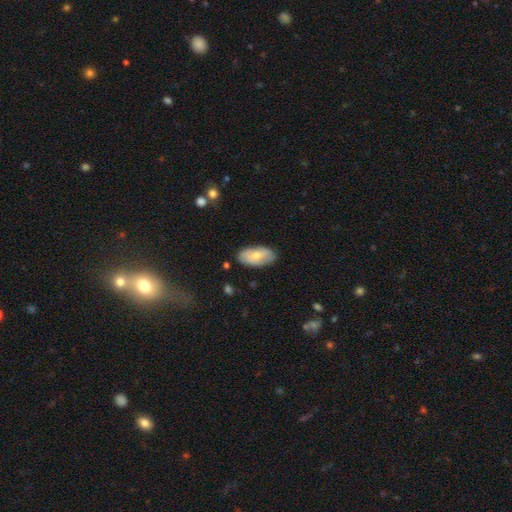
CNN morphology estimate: type=smooth (56%); roundness=in between (93%); merging=none (80%).